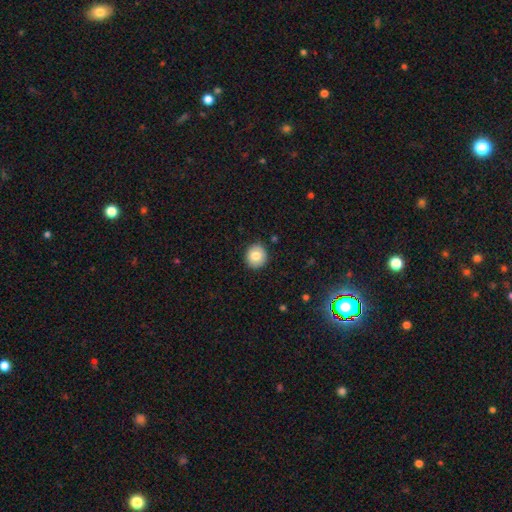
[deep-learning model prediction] A smooth galaxy with no disk features (80%) that is round (84%). Merging: none (88%).